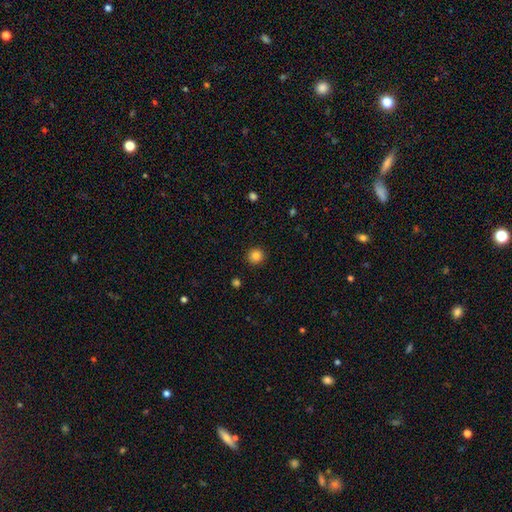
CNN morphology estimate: Smooth or featured? smooth (84%)
How rounded? round (93%)
Merging? none (92%)